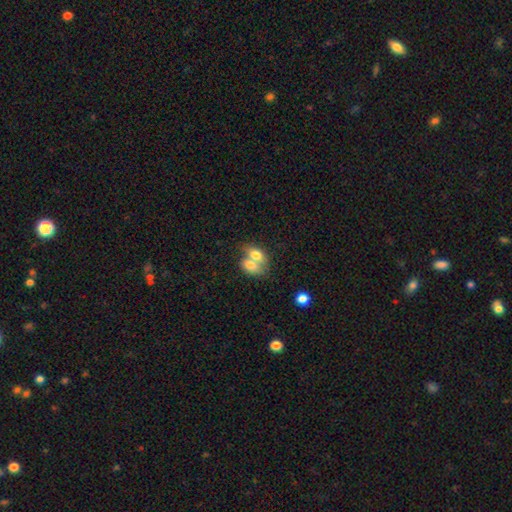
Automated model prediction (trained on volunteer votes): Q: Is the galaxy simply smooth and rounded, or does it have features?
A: smooth — 73%.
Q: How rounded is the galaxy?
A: in between — 78%.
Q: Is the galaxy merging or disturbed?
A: merger — 75%.